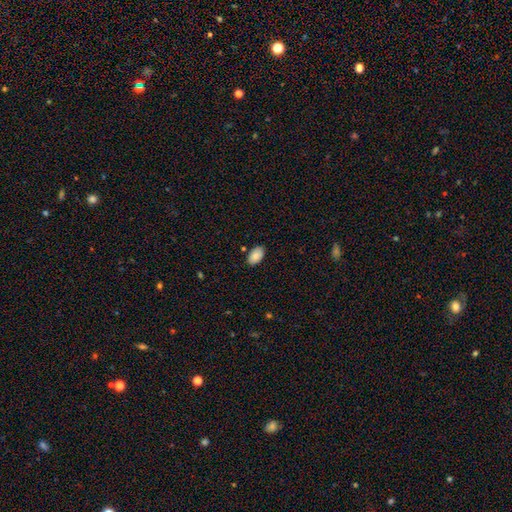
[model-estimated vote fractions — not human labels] Smooth or featured? smooth (86%)
How rounded? in between (94%)
Merging? none (84%)